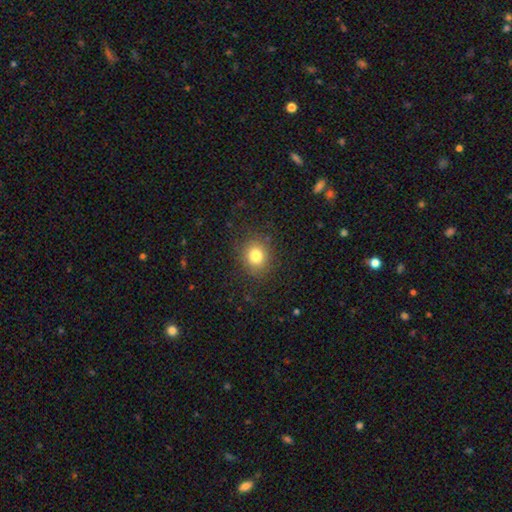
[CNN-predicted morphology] smooth_or_featured: smooth (p=0.80) [alt: star or artifact p=0.12]
how_rounded: round (p=0.77) [alt: in between p=0.23]
merging: none (p=0.87) [alt: minor disturbance p=0.09]